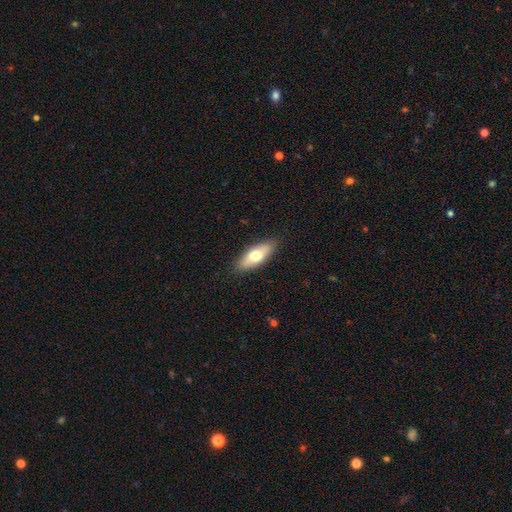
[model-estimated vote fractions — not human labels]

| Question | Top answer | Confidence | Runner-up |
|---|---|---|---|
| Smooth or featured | smooth | 67% | featured or disk (27%) |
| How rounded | in between | 73% | cigar-shaped (25%) |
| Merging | none | 87% | minor disturbance (10%) |